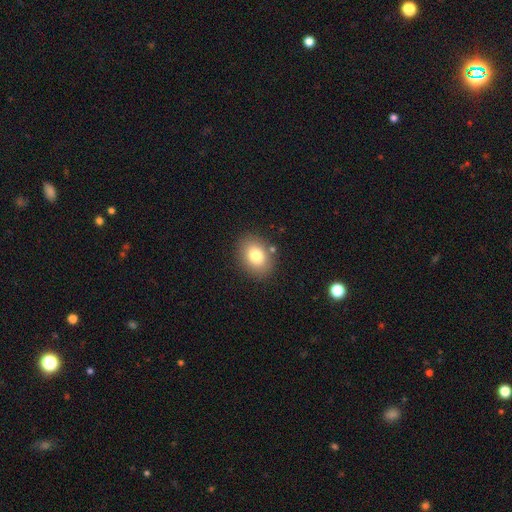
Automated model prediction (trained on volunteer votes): The model was most divided on "how rounded": in between: 61%, round: 38%, cigar-shaped: 1%. More confident: merging — none (84%); smooth or featured — smooth (79%).